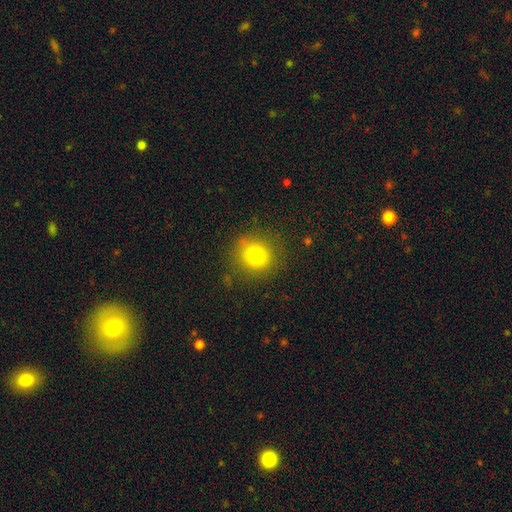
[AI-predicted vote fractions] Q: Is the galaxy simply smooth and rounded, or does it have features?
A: smooth — 77%.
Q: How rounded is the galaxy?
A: round — 87%.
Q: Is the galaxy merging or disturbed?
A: none — 83%.